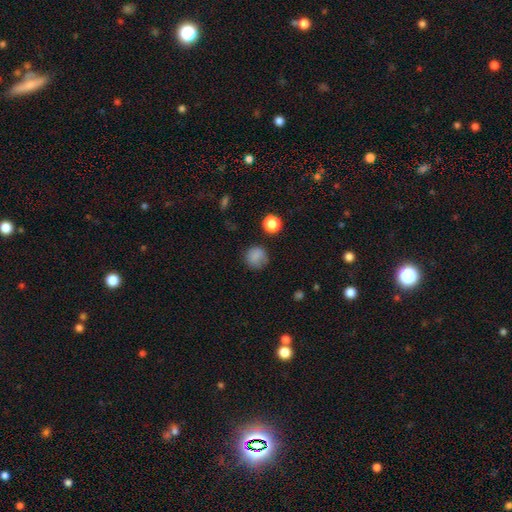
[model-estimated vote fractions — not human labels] Overall: smooth (83%). How rounded: round (90%). Merging: none (80%).